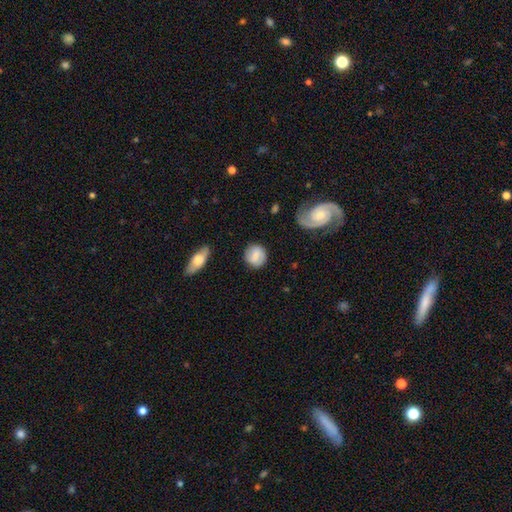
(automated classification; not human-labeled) Q: Smooth or featured?
A: smooth (70%); runner-up: featured or disk (23%)
Q: How rounded?
A: round (79%); runner-up: in between (19%)
Q: Merging?
A: none (83%); runner-up: minor disturbance (12%)